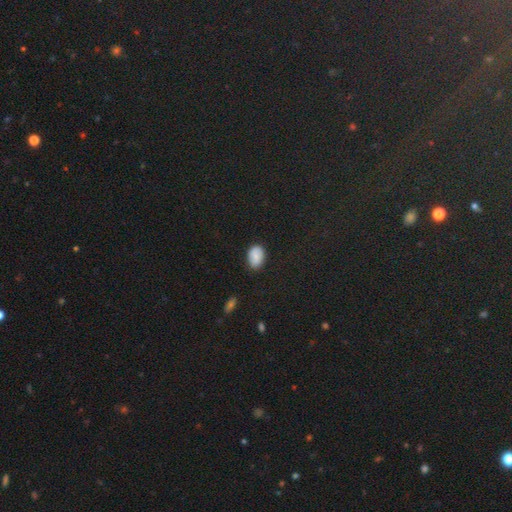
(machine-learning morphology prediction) Q: Smooth or featured?
A: smooth (79%); runner-up: star or artifact (12%)
Q: How rounded?
A: in between (84%); runner-up: round (14%)
Q: Merging?
A: none (77%); runner-up: minor disturbance (18%)